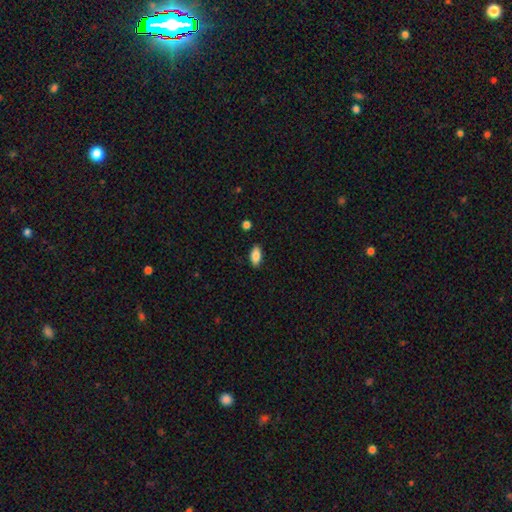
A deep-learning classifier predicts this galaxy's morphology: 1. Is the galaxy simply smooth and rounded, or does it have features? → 82% smooth, 11% featured or disk, 7% star or artifact.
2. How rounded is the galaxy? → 88% in between, 9% cigar-shaped, 3% round.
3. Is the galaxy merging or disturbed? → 87% none, 9% minor disturbance, 2% major disturbance, 1% merger.